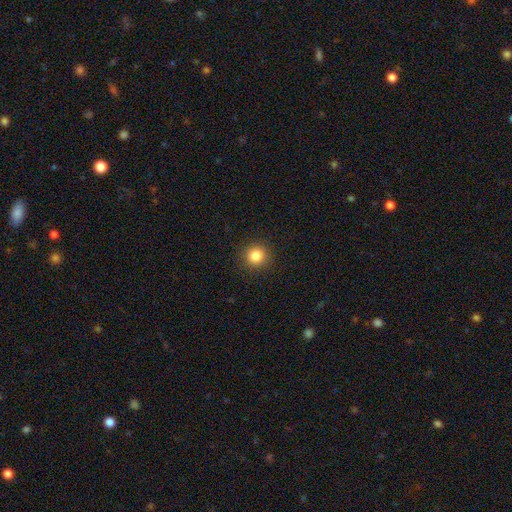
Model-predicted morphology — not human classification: Smooth or featured? Predicted: smooth (p=0.84). How rounded? Predicted: round (p=0.93). Merging? Predicted: none (p=0.92).